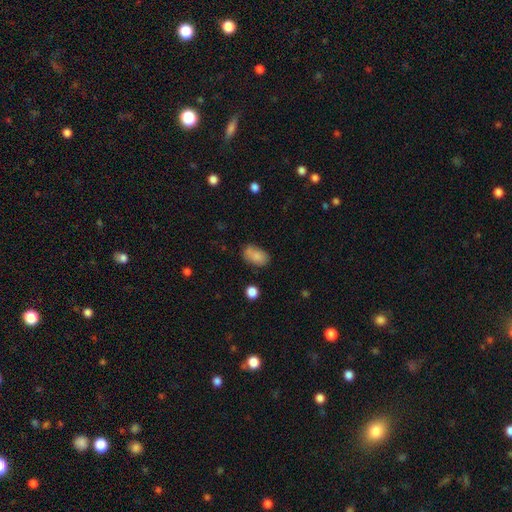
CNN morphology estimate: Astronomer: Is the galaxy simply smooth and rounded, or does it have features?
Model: smooth — 83%.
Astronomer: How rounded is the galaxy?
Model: in between — 90%.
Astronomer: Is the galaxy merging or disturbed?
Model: none — 63%.